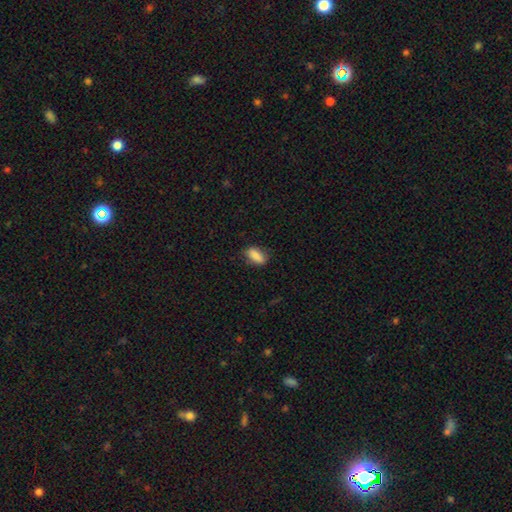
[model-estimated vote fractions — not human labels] Smooth or featured?
  - smooth: 85% *
  - star or artifact: 7%
  - featured or disk: 7%
How rounded?
  - in between: 84% *
  - cigar-shaped: 11%
  - round: 5%
Merging?
  - none: 77% *
  - minor disturbance: 18%
  - major disturbance: 4%
  - merger: 1%